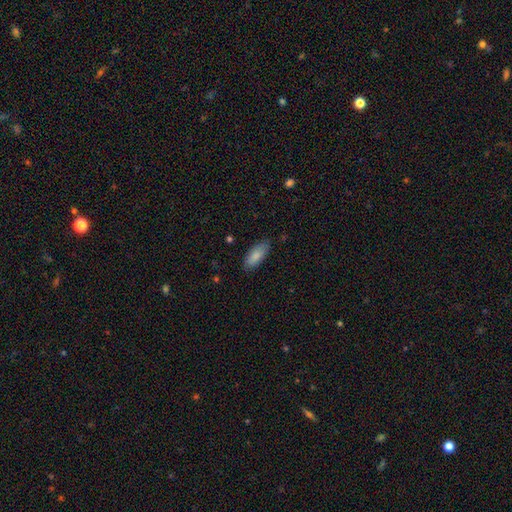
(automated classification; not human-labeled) This appears to be a smooth galaxy with no disk features (86%) that is in between round and cigar-shaped (81%). Merging: none (84%).